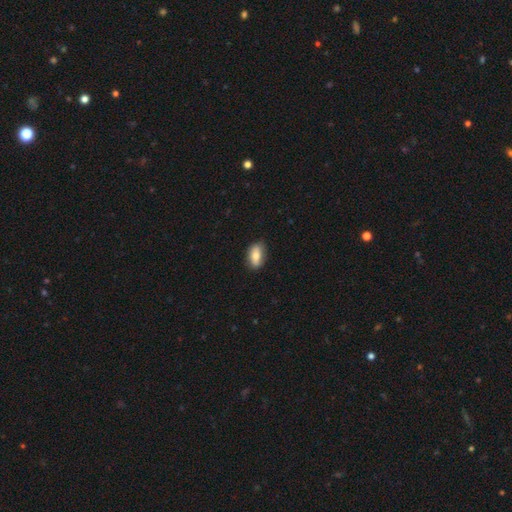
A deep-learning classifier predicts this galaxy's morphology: smooth_or_featured: smooth (p=0.76) [alt: featured or disk p=0.18]
how_rounded: in between (p=0.89) [alt: round p=0.06]
merging: none (p=0.81) [alt: minor disturbance p=0.15]